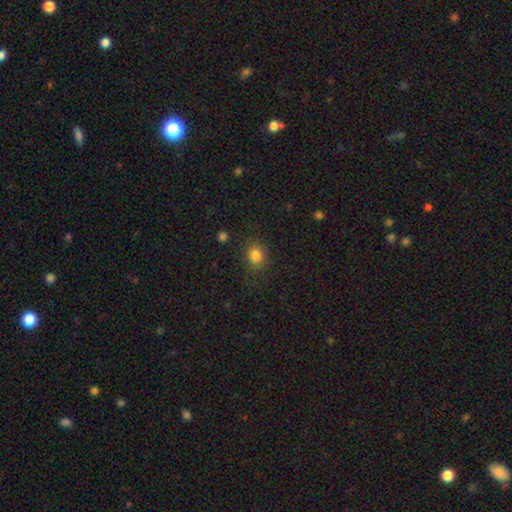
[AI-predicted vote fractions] This is clearly a smooth galaxy (82%). How rounded: likely round (62%). Merging: clearly none (83%).